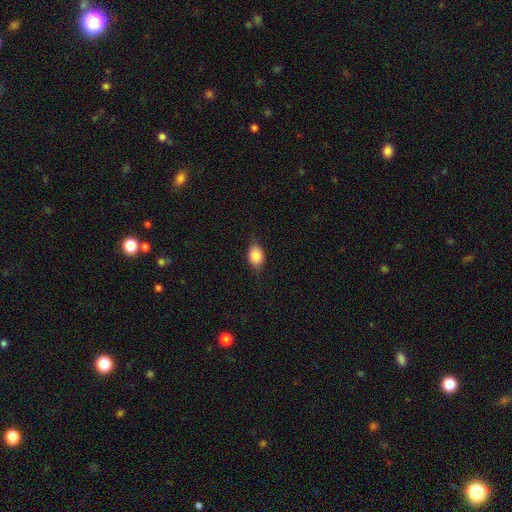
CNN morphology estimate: Smooth or featured: smooth — 81% (featured or disk — 11%)
How rounded: in between — 71% (round — 27%)
Merging: none — 76% (minor disturbance — 19%)